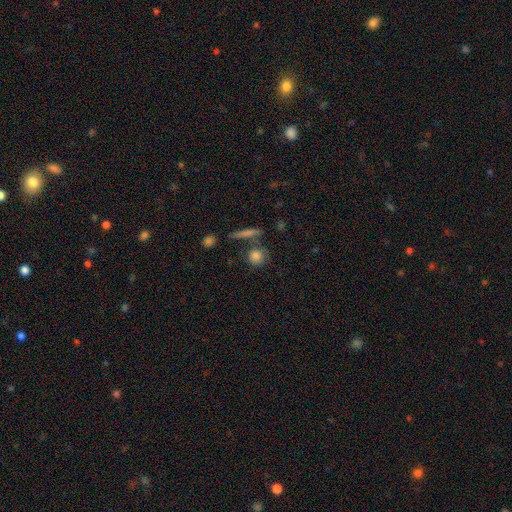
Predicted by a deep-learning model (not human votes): Smooth or featured?
  - smooth: 81% *
  - featured or disk: 10%
  - star or artifact: 9%
How rounded?
  - round: 82% *
  - in between: 13%
  - cigar-shaped: 5%
Merging?
  - none: 71% *
  - merger: 13%
  - minor disturbance: 12%
  - major disturbance: 5%